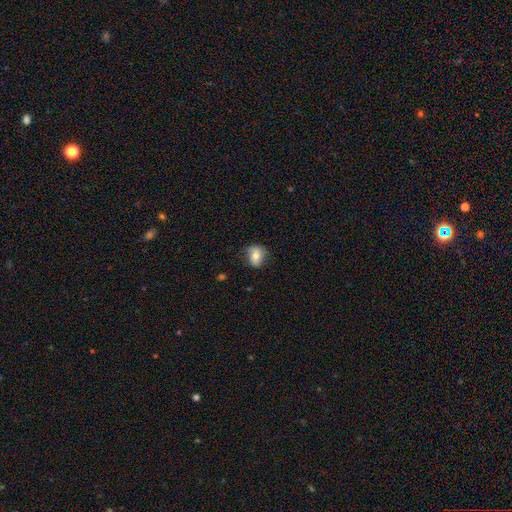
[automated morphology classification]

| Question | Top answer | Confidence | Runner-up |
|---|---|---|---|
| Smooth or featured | smooth | 70% | featured or disk (21%) |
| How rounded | in between | 54% | round (45%) |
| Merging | none | 68% | minor disturbance (24%) |